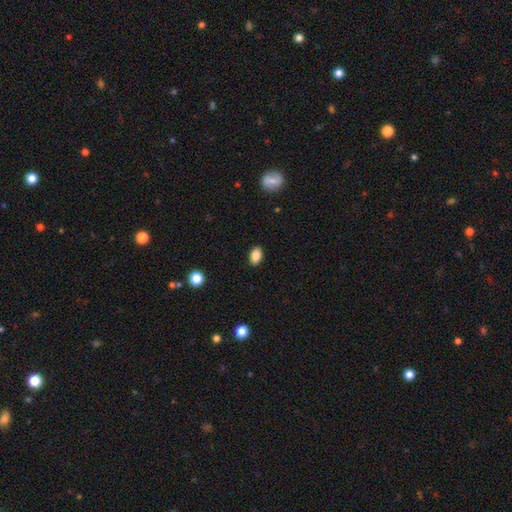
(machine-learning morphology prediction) Smooth or featured? Predicted: smooth (p=0.86). How rounded? Predicted: in between (p=0.88). Merging? Predicted: none (p=0.89).